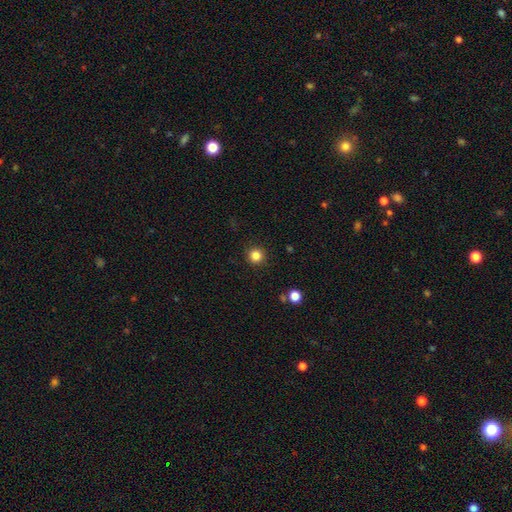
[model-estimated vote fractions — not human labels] Morphology: type=smooth (84%); roundness=round (95%); merging=none (91%).